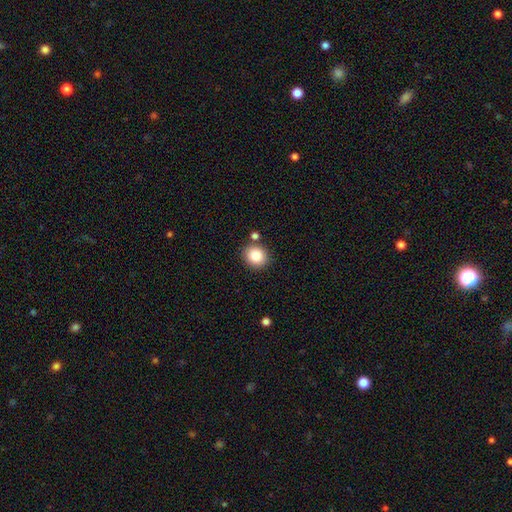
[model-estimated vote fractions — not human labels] Smooth or featured? Predicted: smooth (p=0.84). How rounded? Predicted: round (p=0.80). Merging? Predicted: none (p=0.83).